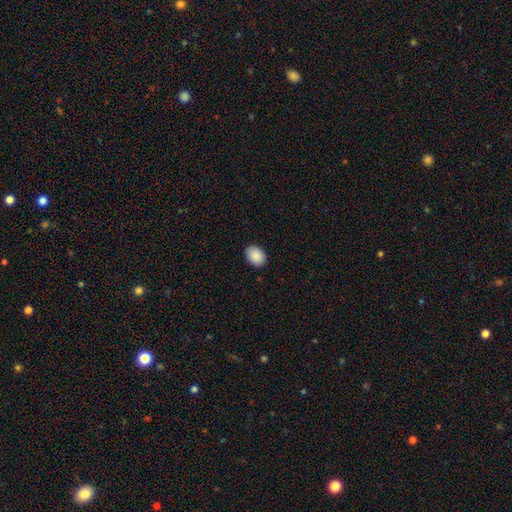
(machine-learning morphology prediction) The model was most divided on "how rounded": in between: 75%, round: 24%, cigar-shaped: 1%. More confident: smooth or featured — smooth (91%); merging — none (90%).